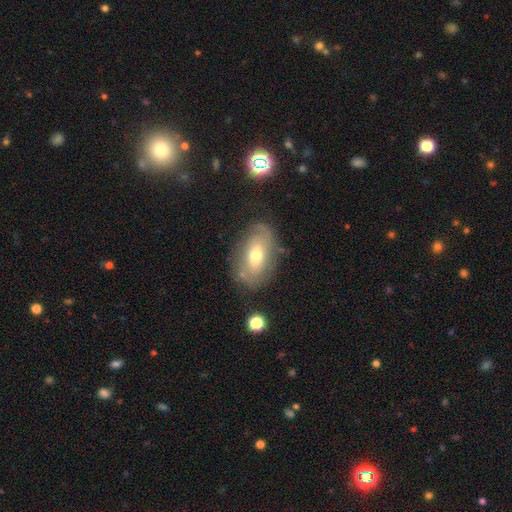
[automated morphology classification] This is possibly a featured or disk galaxy (48%). Merging: likely none (68%).